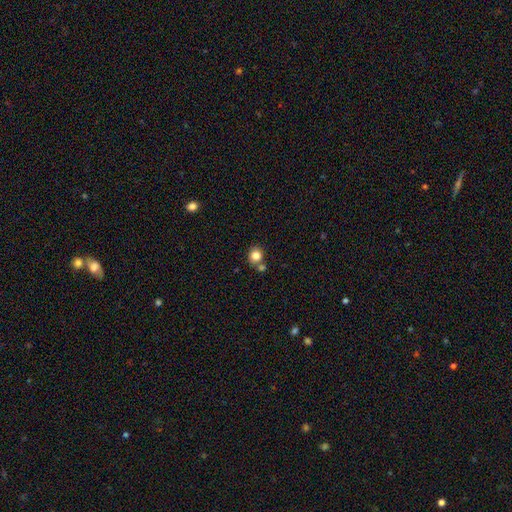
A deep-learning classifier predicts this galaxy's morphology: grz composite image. It shows a smooth galaxy with no disk features (82%) that is round (82%). Merging: none (65%).